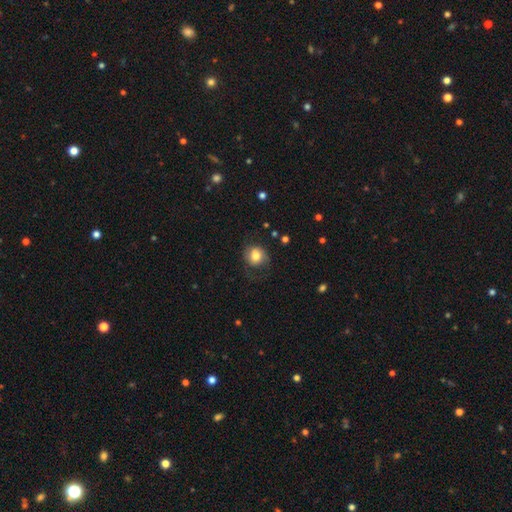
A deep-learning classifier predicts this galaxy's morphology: type=smooth (74%); roundness=round (75%); merging=none (59%).